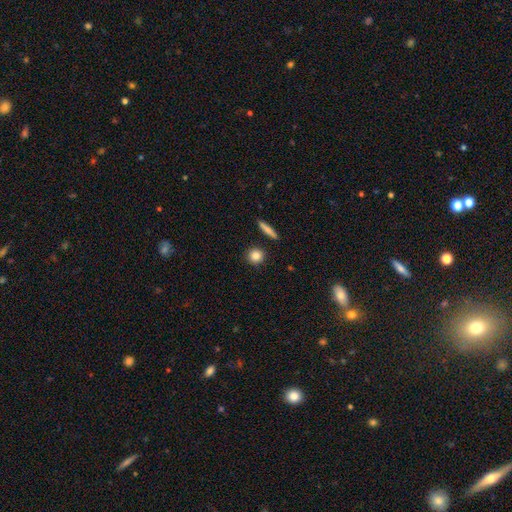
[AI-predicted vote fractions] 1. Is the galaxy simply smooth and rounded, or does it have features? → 85% smooth, 8% star or artifact, 7% featured or disk.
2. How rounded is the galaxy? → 88% round, 9% in between, 3% cigar-shaped.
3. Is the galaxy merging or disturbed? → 90% none, 5% minor disturbance, 3% merger, 2% major disturbance.